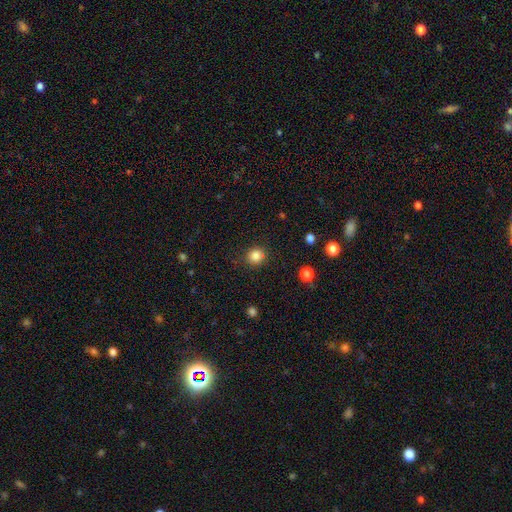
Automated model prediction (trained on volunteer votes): smooth_or_featured: smooth (p=0.84) [alt: star or artifact p=0.12]
how_rounded: round (p=0.89) [alt: in between p=0.10]
merging: none (p=0.87) [alt: minor disturbance p=0.08]